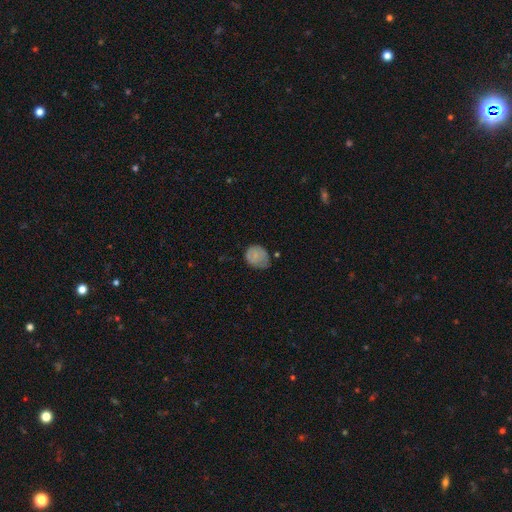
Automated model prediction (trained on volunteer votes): Q: Smooth or featured?
A: smooth (71%); runner-up: featured or disk (19%)
Q: How rounded?
A: round (55%); runner-up: in between (44%)
Q: Merging?
A: none (49%); runner-up: minor disturbance (38%)